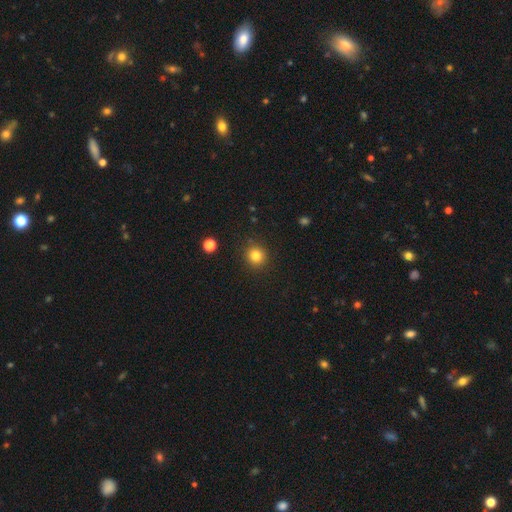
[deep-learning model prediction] Smooth or featured? smooth (82%)
How rounded? round (91%)
Merging? none (90%)